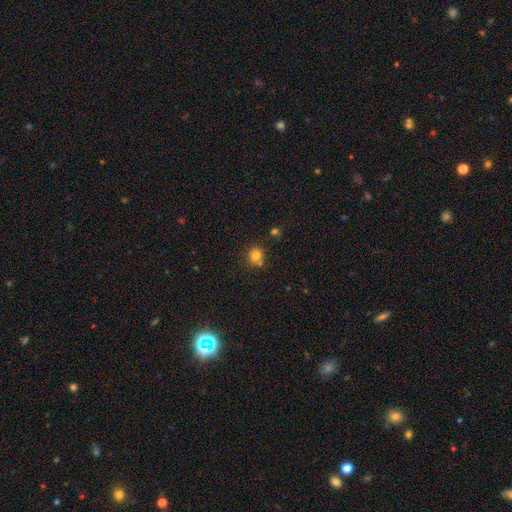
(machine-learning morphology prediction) smooth-or-featured: smooth: 79% | star or artifact: 13% | featured or disk: 7%
  how-rounded: round: 83% | in between: 17% | cigar-shaped: 1%
  merging: none: 68% | merger: 14% | minor disturbance: 14% | major disturbance: 4%